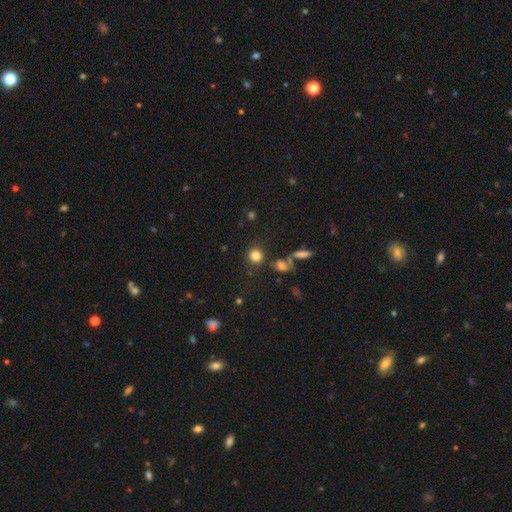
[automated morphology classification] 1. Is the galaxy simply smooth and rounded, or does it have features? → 82% smooth, 12% star or artifact, 6% featured or disk.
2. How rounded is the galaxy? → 84% round, 15% in between, 1% cigar-shaped.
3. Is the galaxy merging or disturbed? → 78% none, 9% minor disturbance, 8% merger, 4% major disturbance.